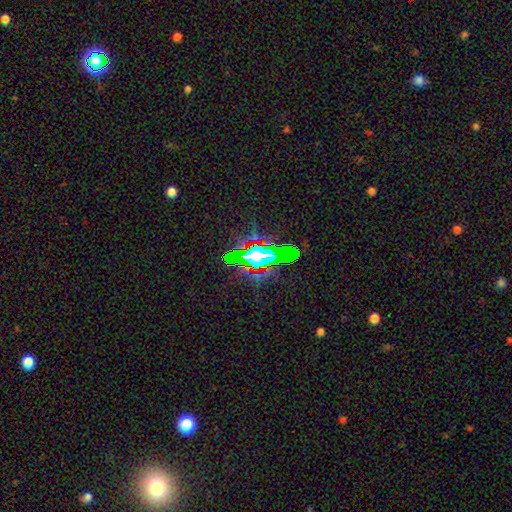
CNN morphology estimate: star or artifact 58%, smooth 21%, featured or disk 21%.